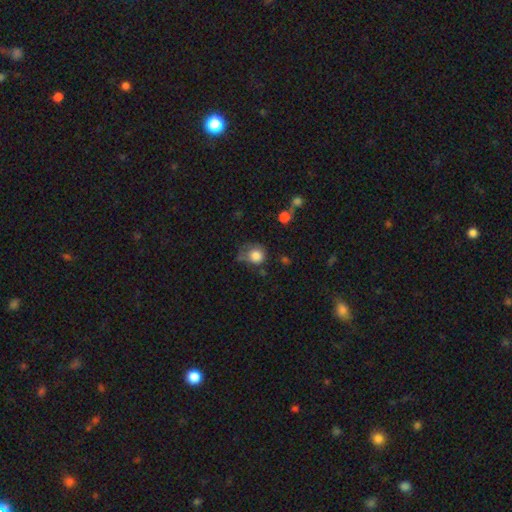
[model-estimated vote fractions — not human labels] smooth-or-featured: smooth: 81% | star or artifact: 10% | featured or disk: 9%
  how-rounded: round: 80% | in between: 19% | cigar-shaped: 1%
  merging: none: 42% | minor disturbance: 31% | major disturbance: 21% | merger: 6%